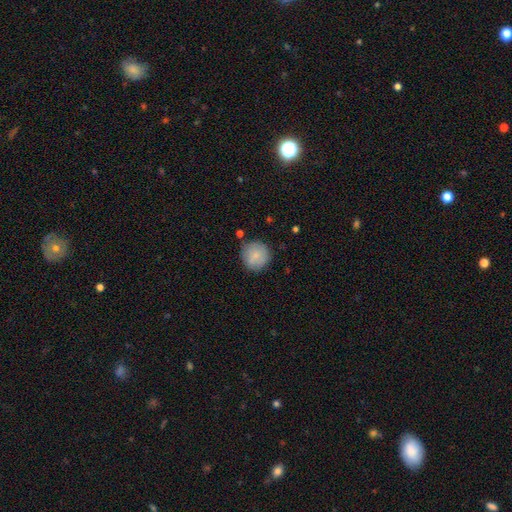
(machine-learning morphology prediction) smooth 82%, featured or disk 11%, star or artifact 7%. Down the decision tree: how rounded — round (93%); merging — none (79%).